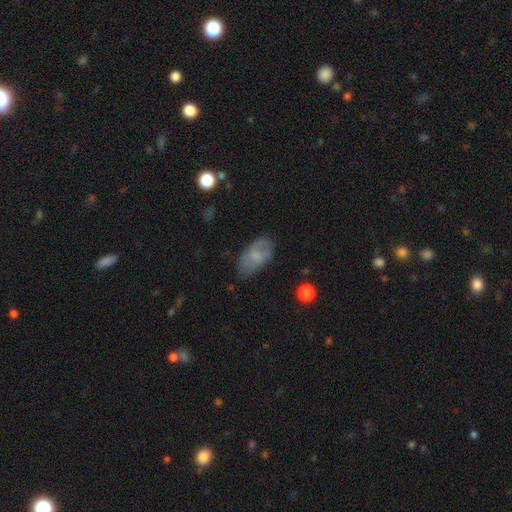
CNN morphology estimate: This appears to be a smooth galaxy with no disk features (66%) that is in between round and cigar-shaped (93%). Merging: none (68%).